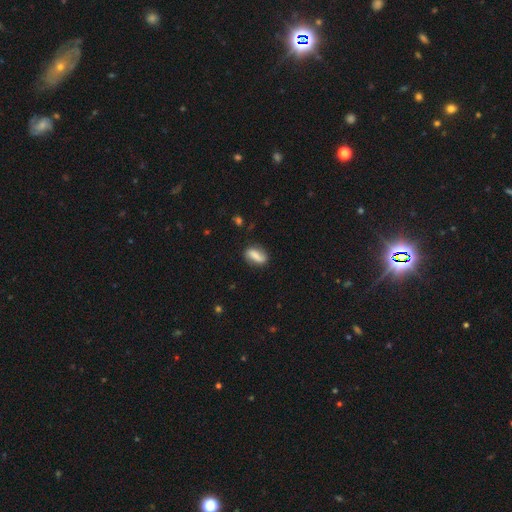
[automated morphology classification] The model was most divided on "smooth or featured": smooth: 62%, featured or disk: 30%, star or artifact: 7%. More confident: merging — none (80%); how rounded — in between (76%).